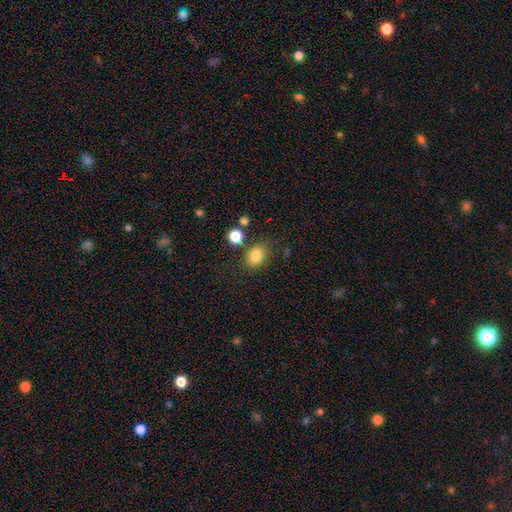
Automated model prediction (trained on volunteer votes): Smooth or featured?
  - smooth: 83% *
  - star or artifact: 11%
  - featured or disk: 6%
How rounded?
  - round: 50% *
  - in between: 49%
  - cigar-shaped: 1%
Merging?
  - none: 75% *
  - minor disturbance: 13%
  - merger: 7%
  - major disturbance: 4%